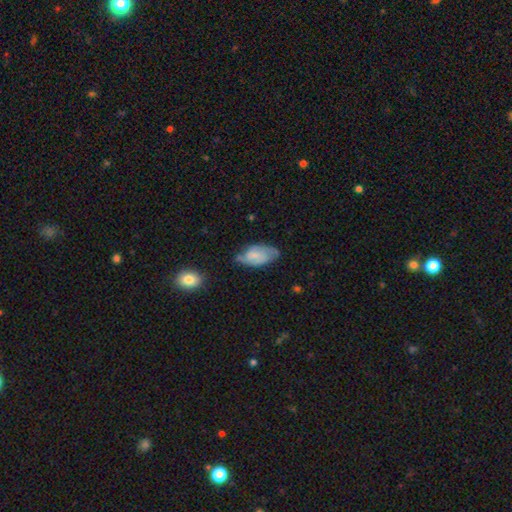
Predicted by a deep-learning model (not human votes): The model was most divided on "smooth or featured": smooth: 49%, featured or disk: 43%, star or artifact: 8%. More confident: merging — none (51%).